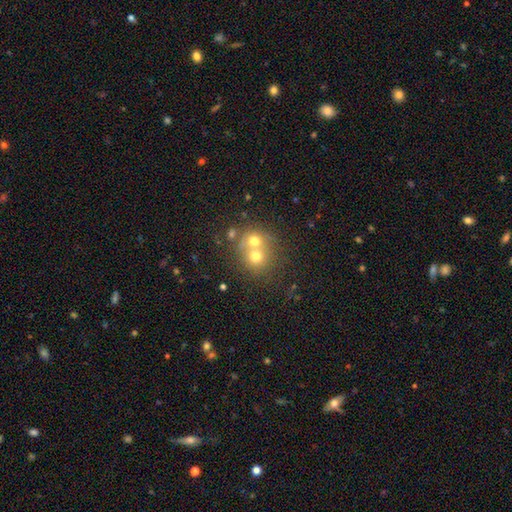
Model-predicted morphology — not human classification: smooth 66%, featured or disk 20%, star or artifact 14%. Down the decision tree: how rounded — round (81%); merging — merger (58%).